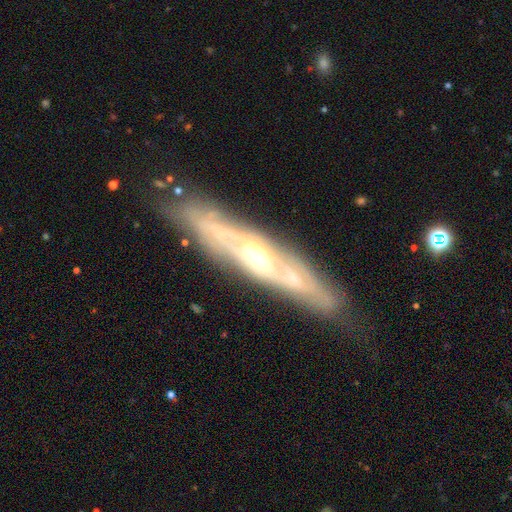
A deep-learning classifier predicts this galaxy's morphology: Smooth or featured? Predicted: featured or disk (p=0.81). Edge-on disk? Predicted: yes (p=0.50, tied with no). Merging? Predicted: none (p=0.79).